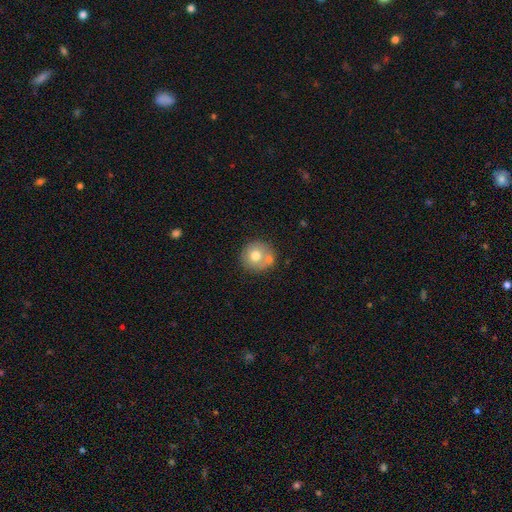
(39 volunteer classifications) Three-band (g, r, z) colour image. It shows a smooth galaxy with no disk features (79%) that is round (90%). Merging: none (46%).